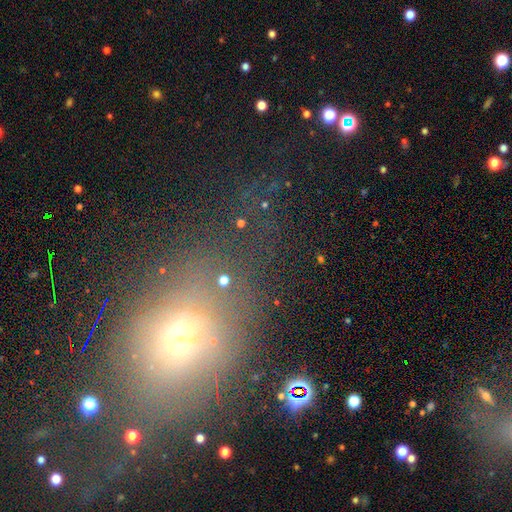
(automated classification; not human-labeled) This appears to be a smooth galaxy with no disk features (46%). Merging: none (57%).